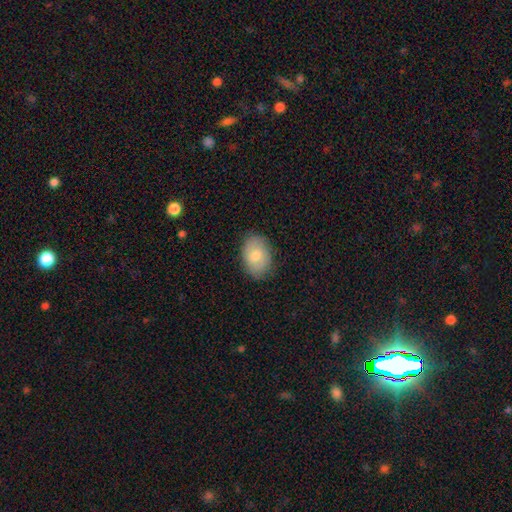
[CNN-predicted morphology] type=smooth (74%); roundness=in between (85%); merging=none (82%).